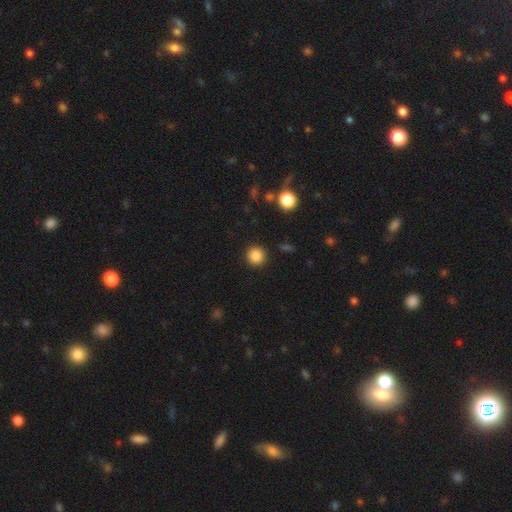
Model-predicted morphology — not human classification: Overall: smooth (86%). How rounded: round (93%). Merging: none (91%).